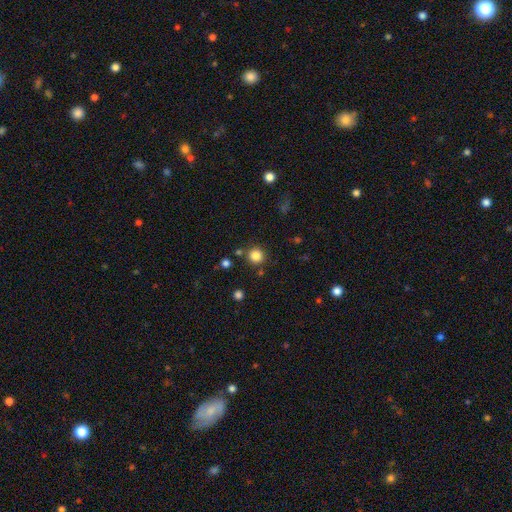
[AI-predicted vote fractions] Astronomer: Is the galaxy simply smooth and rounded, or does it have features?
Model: smooth — 83%.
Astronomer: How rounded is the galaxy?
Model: round — 94%.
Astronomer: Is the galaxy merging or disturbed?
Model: none — 85%.